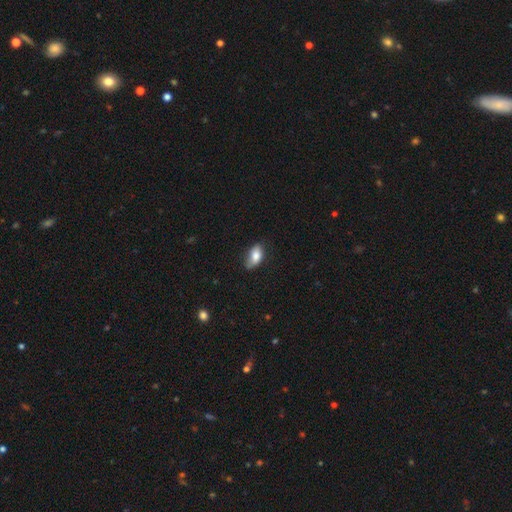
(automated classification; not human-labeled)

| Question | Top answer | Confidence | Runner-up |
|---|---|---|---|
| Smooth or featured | smooth | 80% | featured or disk (13%) |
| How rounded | in between | 91% | round (6%) |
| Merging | none | 63% | minor disturbance (29%) |